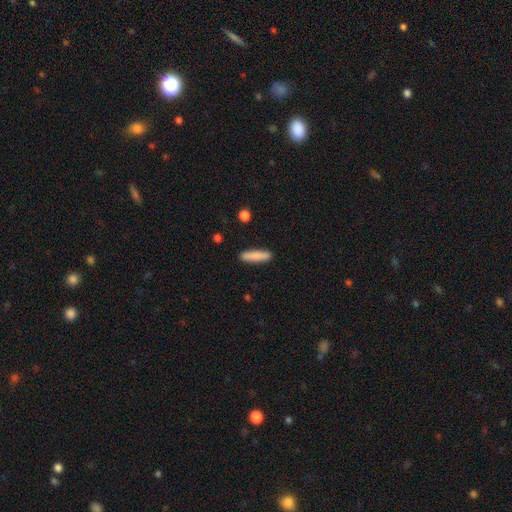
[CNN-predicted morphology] Smooth or featured: smooth — 86% (featured or disk — 8%)
How rounded: cigar-shaped — 79% (in between — 20%)
Merging: none — 89% (minor disturbance — 7%)